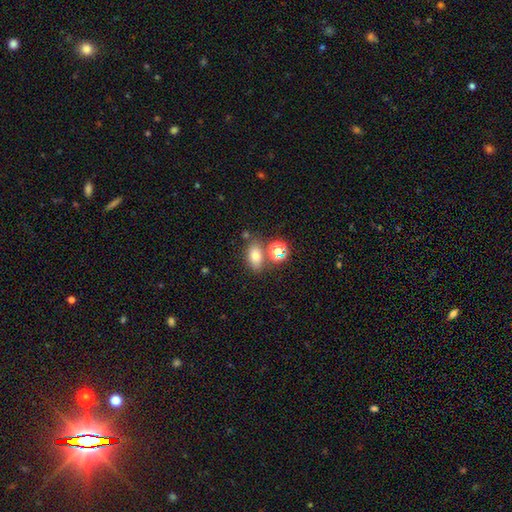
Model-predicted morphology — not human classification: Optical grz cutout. It shows a smooth galaxy with no disk features (71%) that is in between round and cigar-shaped (75%). Merging: none (68%).